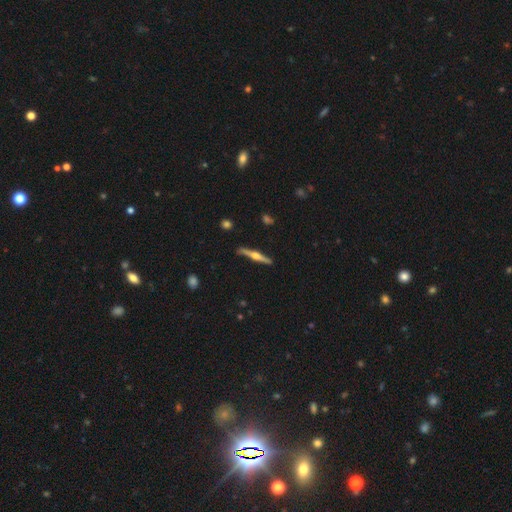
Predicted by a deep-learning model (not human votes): Smooth or featured: featured or disk — 75% (smooth — 20%)
Edge-on disk: yes — 98% (no — 2%)
Edge-on bulge: rounded — 94% (boxy — 3%)
Merging: none — 89% (minor disturbance — 8%)